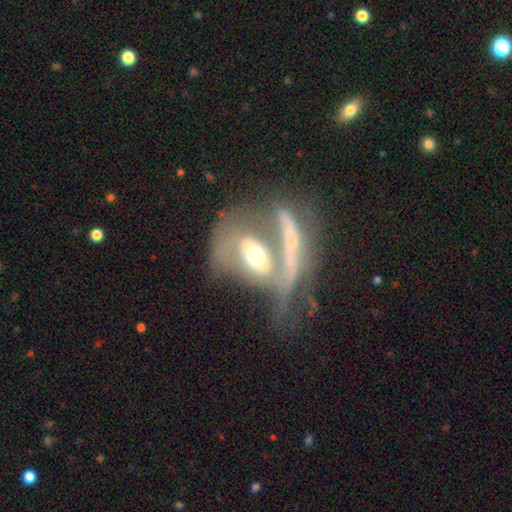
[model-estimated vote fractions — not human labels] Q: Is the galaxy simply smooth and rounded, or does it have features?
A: featured or disk — 61%.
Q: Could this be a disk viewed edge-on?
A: no — 80%.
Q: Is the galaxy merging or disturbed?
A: merger — 47%.